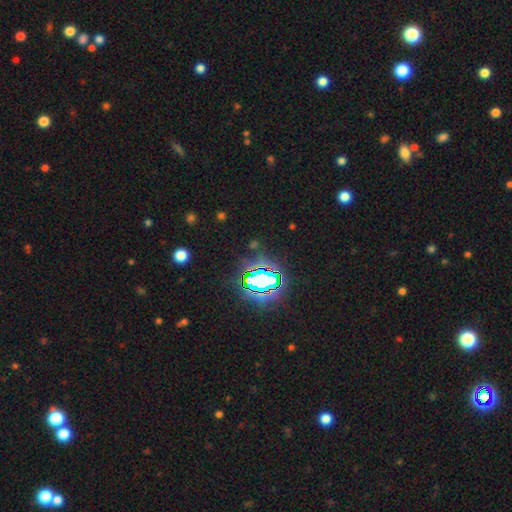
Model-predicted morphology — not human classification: Q: Smooth or featured?
A: star or artifact (82%); runner-up: smooth (11%)